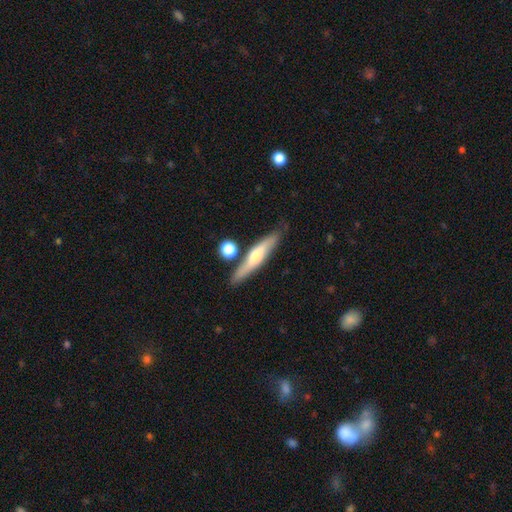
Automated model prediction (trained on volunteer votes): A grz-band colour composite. It shows a featured or disk galaxy (49%). Merging: none (76%).